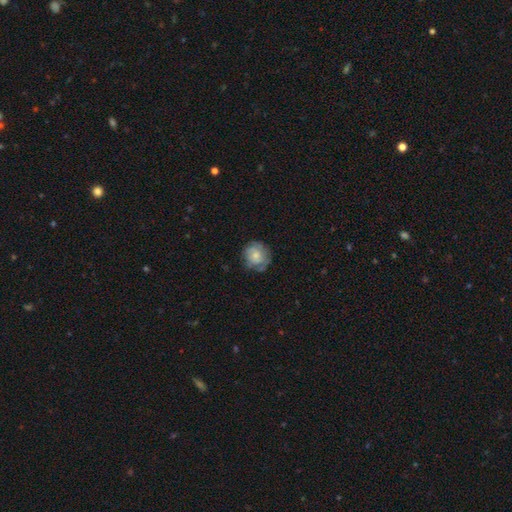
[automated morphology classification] This appears to be a smooth galaxy with no disk features (57%) that is round (83%). Merging: none (66%).